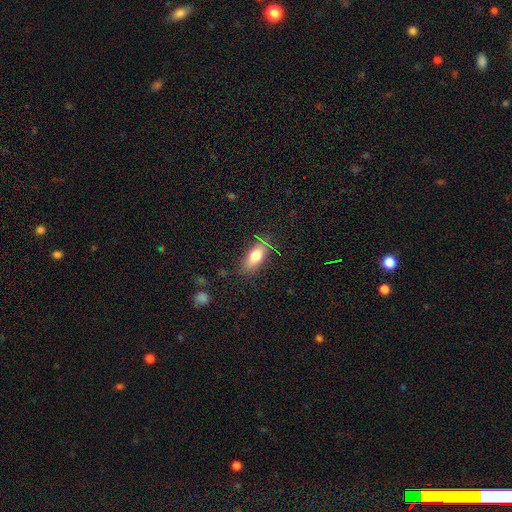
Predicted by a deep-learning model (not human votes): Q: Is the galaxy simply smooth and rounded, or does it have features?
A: smooth — 76%.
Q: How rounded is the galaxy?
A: in between — 80%.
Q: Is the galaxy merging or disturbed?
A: none — 76%.